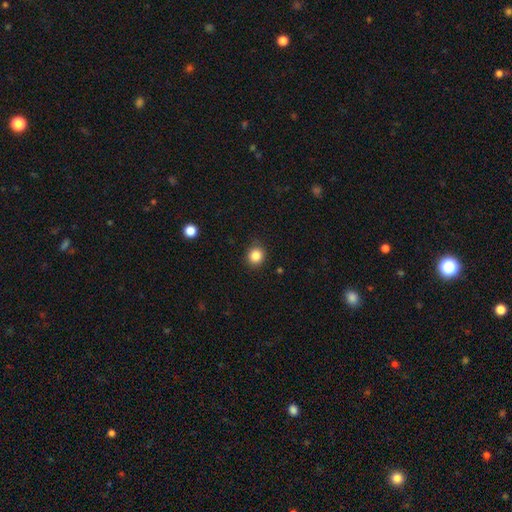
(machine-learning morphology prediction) Overall: smooth (86%). How rounded: round (85%). Merging: none (88%).